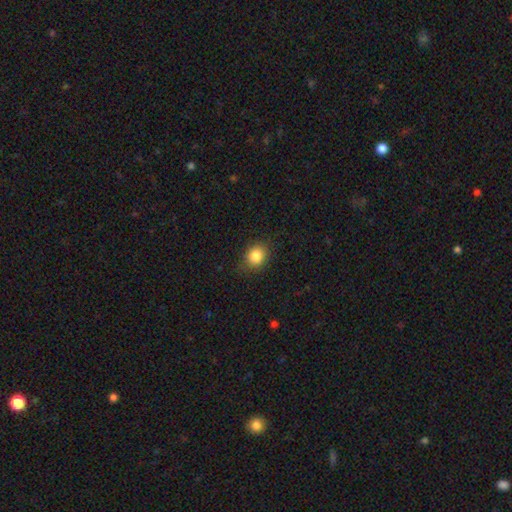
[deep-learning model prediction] Smooth or featured: smooth — 84% (star or artifact — 10%)
How rounded: round — 62% (in between — 37%)
Merging: none — 82% (minor disturbance — 14%)